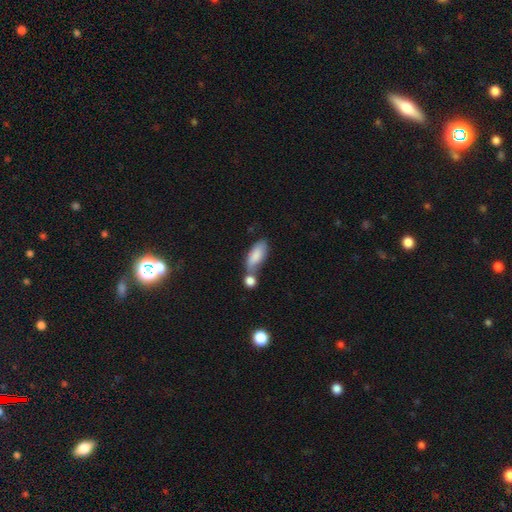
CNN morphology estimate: smooth_or_featured: smooth (p=0.83) [alt: featured or disk p=0.11]
how_rounded: in between (p=0.86) [alt: cigar-shaped p=0.12]
merging: merger (p=0.43) [alt: none p=0.35]